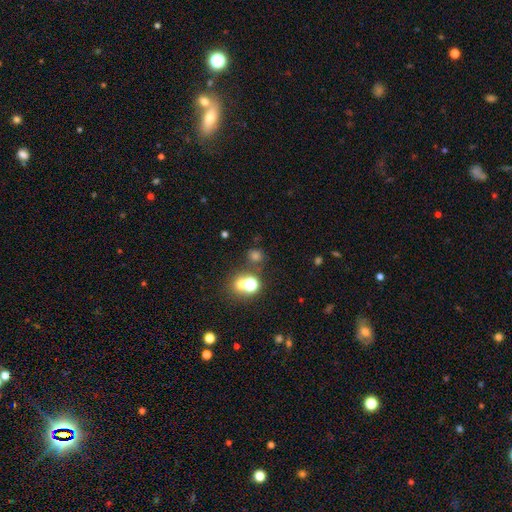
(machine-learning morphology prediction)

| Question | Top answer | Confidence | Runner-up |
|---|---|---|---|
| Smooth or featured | smooth | 60% | star or artifact (32%) |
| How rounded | round | 86% | in between (13%) |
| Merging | none | 72% | merger (16%) |